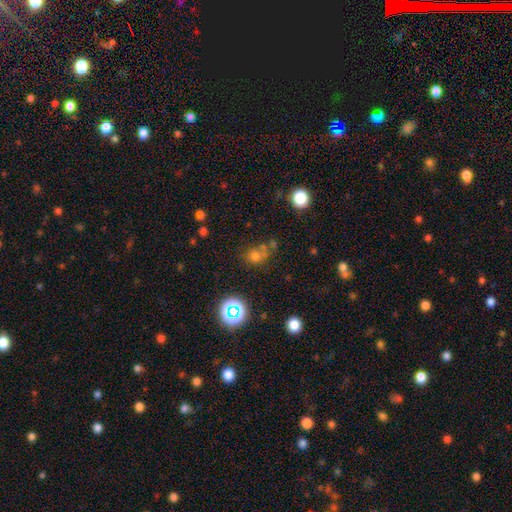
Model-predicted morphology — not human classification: smooth_or_featured: smooth (p=0.62) [alt: star or artifact p=0.28]
how_rounded: round (p=0.77) [alt: in between p=0.22]
merging: none (p=0.53) [alt: merger p=0.21]